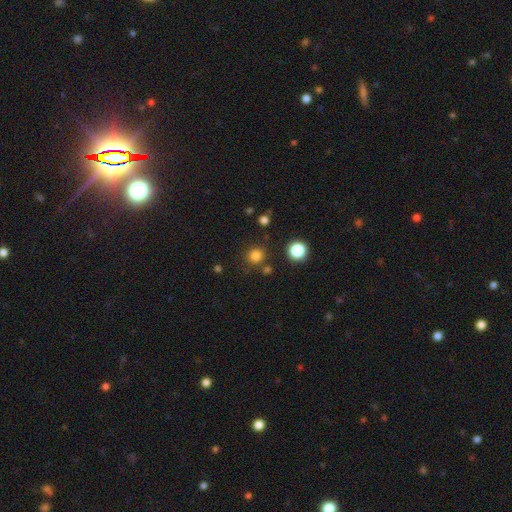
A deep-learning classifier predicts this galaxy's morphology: A smooth galaxy with no disk features (79%) that is round (92%). Merging: none (82%).